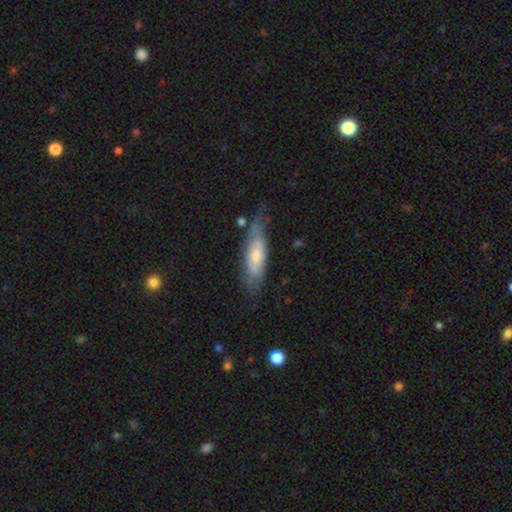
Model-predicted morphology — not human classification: Smooth or featured: smooth — 52% (featured or disk — 42%)
How rounded: cigar-shaped — 54% (in between — 44%)
Merging: none — 53% (minor disturbance — 31%)